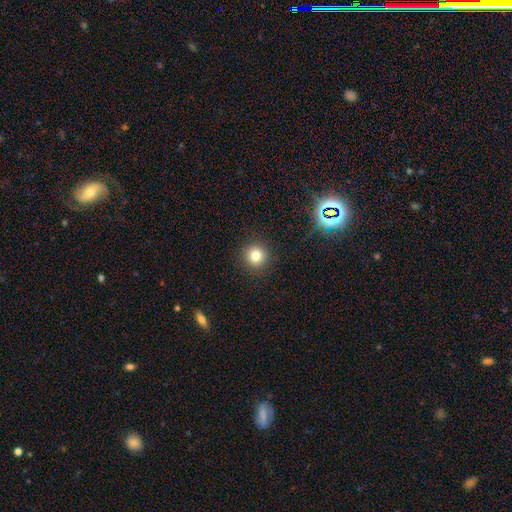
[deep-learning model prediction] The model was most divided on "smooth or featured": smooth: 79%, star or artifact: 14%, featured or disk: 7%. More confident: how rounded — round (94%); merging — none (91%).